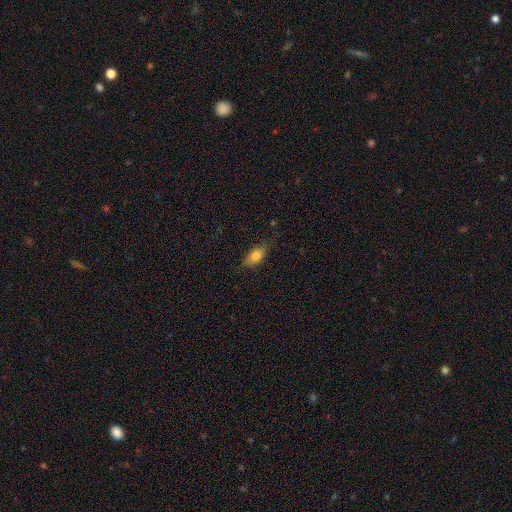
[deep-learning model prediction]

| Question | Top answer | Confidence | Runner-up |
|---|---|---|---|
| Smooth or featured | smooth | 79% | featured or disk (13%) |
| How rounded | in between | 85% | cigar-shaped (9%) |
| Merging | none | 72% | minor disturbance (21%) |